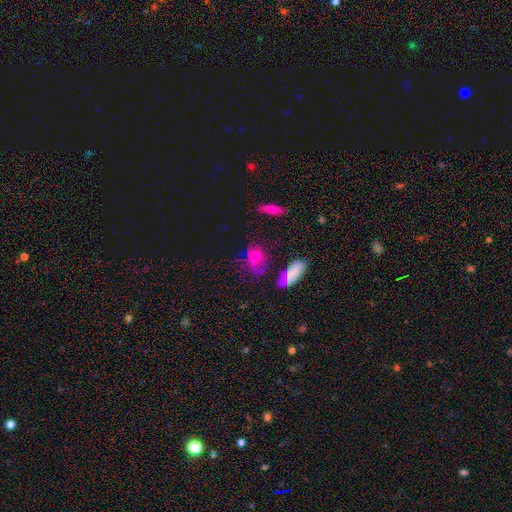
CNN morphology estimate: Q: Smooth or featured?
A: smooth (56%); runner-up: featured or disk (25%)
Q: How rounded?
A: in between (64%); runner-up: round (32%)
Q: Merging?
A: none (47%); runner-up: minor disturbance (25%)